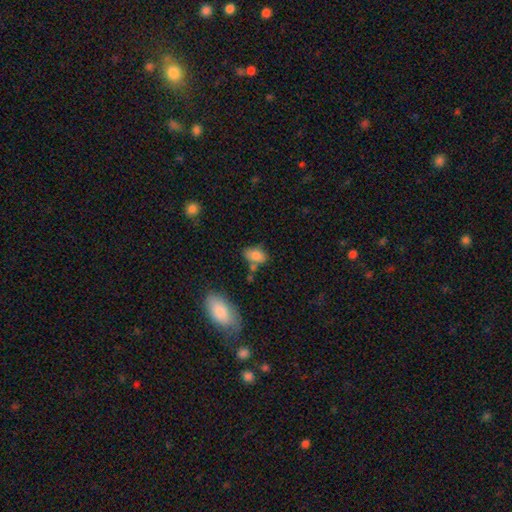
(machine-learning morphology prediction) smooth_or_featured: smooth (p=0.82) [alt: featured or disk p=0.09]
how_rounded: in between (p=0.88) [alt: round p=0.09]
merging: none (p=0.55) [alt: minor disturbance p=0.22]